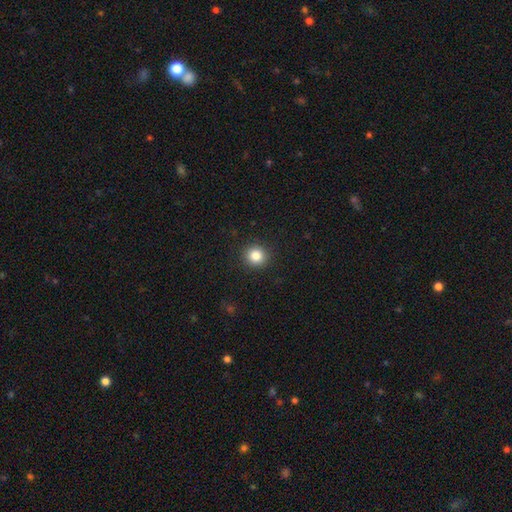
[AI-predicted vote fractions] This is clearly a smooth galaxy (83%). How rounded: clearly round (92%). Merging: clearly none (92%).